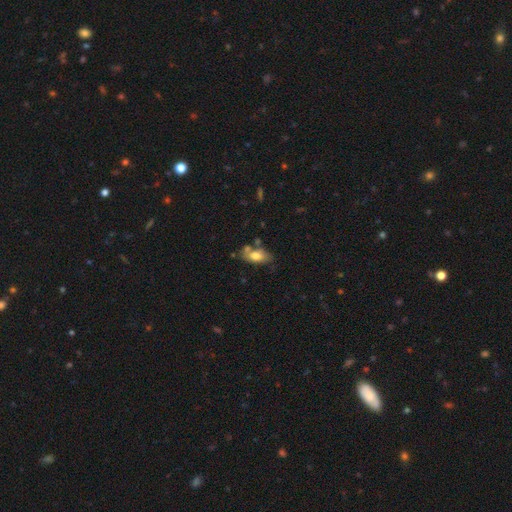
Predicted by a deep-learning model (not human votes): smooth 70%, featured or disk 23%, star or artifact 7%. Down the decision tree: how rounded — in between (89%); merging — none (56%).